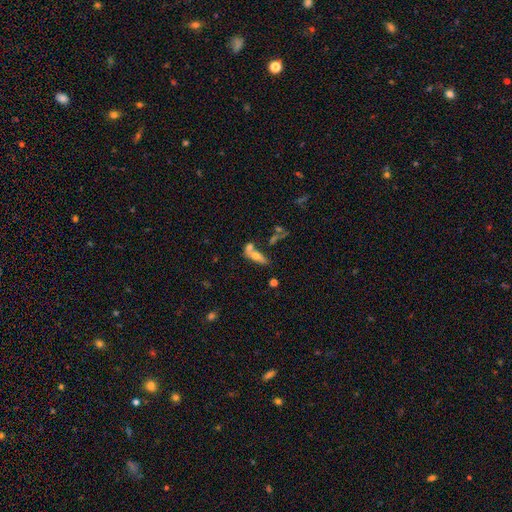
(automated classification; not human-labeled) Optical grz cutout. It shows a smooth galaxy with no disk features (59%) that is in between round and cigar-shaped (58%). Merging: merger (46%).